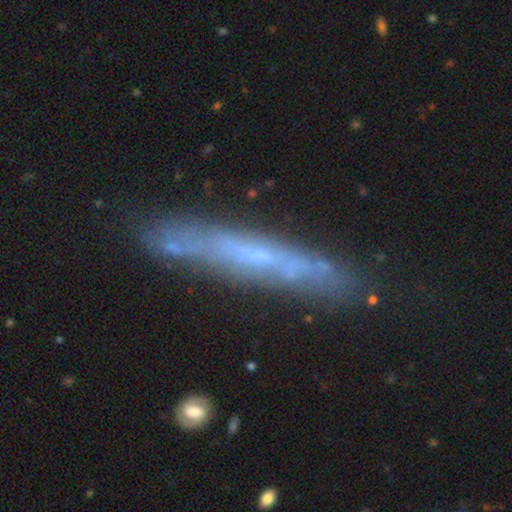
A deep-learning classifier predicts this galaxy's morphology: Smooth or featured?
  - featured or disk: 64% *
  - smooth: 28%
  - star or artifact: 8%
Edge-on disk?
  - yes: 80% *
  - no: 20%
Edge-on bulge?
  - none: 73% *
  - rounded: 21%
  - boxy: 5%
Merging?
  - none: 82% *
  - minor disturbance: 13%
  - major disturbance: 3%
  - merger: 2%